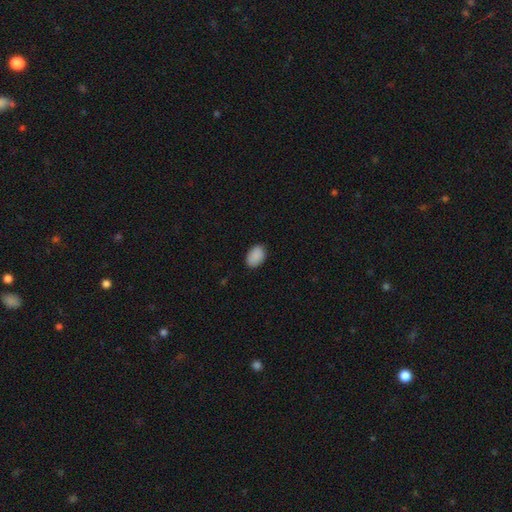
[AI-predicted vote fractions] Smooth or featured: smooth — 90% (star or artifact — 7%)
How rounded: in between — 87% (round — 12%)
Merging: none — 86% (minor disturbance — 11%)